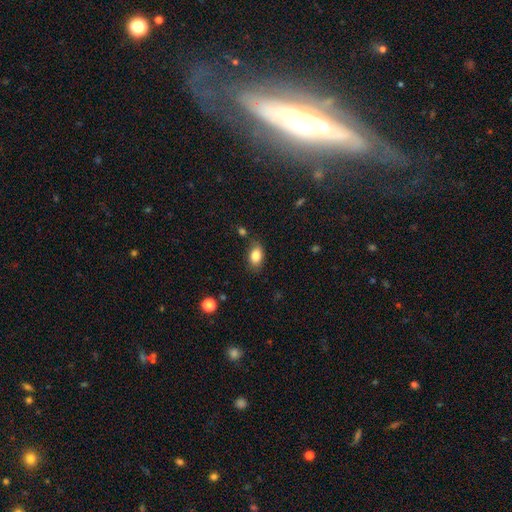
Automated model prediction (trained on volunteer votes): Smooth or featured: smooth — 84% (star or artifact — 8%)
How rounded: in between — 87% (round — 11%)
Merging: none — 77% (minor disturbance — 16%)